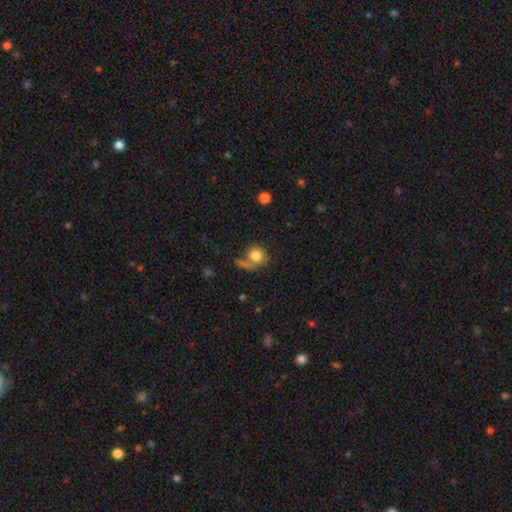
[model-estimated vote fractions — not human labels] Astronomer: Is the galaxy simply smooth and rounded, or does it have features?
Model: smooth — 79%.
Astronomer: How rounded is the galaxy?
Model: round — 81%.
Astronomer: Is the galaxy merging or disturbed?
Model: none — 49%.